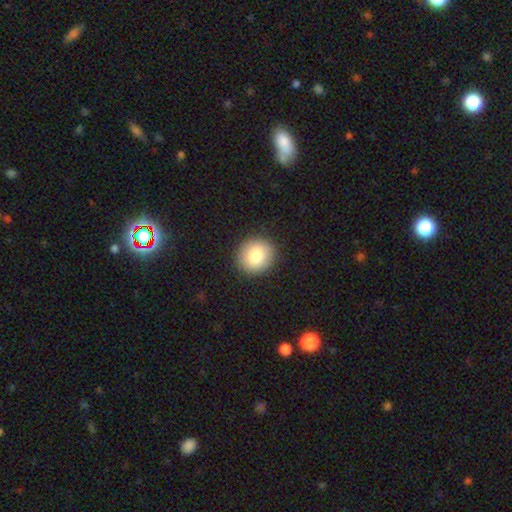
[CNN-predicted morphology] Smooth or featured? Predicted: smooth (p=0.84). How rounded? Predicted: round (p=0.84). Merging? Predicted: none (p=0.91).